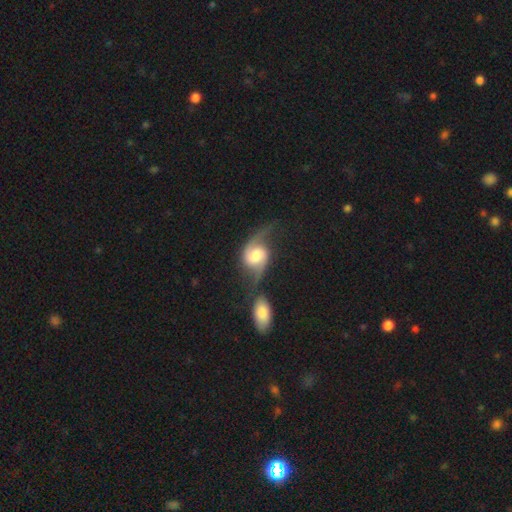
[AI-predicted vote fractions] Smooth or featured? featured or disk (79%)
Edge-on disk? no (96%)
Bar? no (51%)
Spiral arms? yes (95%)
Spiral winding? loose (65%)
Spiral arm count? 2 (91%)
Bulge size? large (40%)
Merging? none (39%)